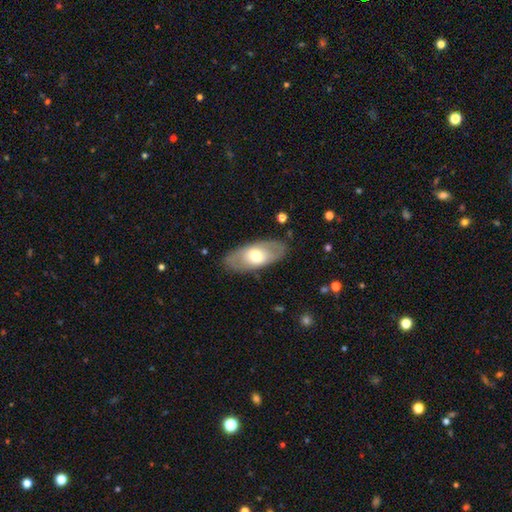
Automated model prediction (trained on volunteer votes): The model was most divided on "smooth or featured": smooth: 48%, featured or disk: 47%, star or artifact: 6%. More confident: merging — none (83%).